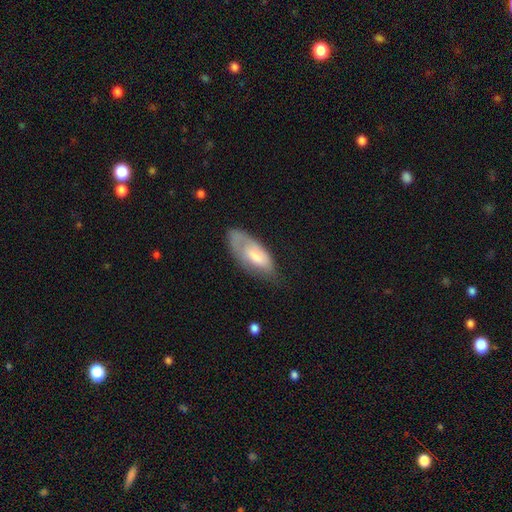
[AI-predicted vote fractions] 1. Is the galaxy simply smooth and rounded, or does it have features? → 60% smooth, 34% featured or disk, 6% star or artifact.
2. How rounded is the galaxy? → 87% in between, 10% cigar-shaped, 2% round.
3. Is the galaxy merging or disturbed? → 43% none, 33% minor disturbance, 22% major disturbance, 2% merger.